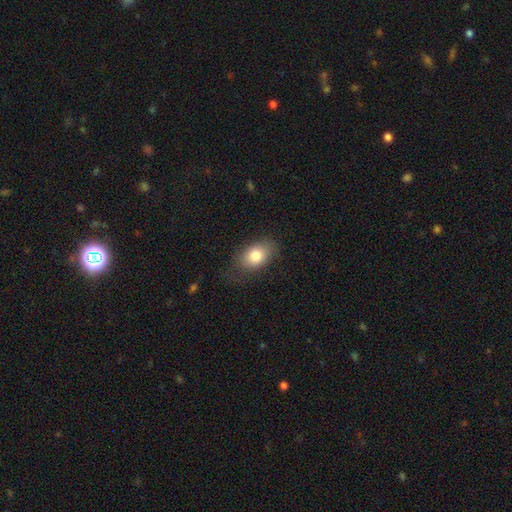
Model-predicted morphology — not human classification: smooth-or-featured: smooth: 81% | featured or disk: 11% | star or artifact: 8%
  how-rounded: in between: 84% | round: 15% | cigar-shaped: 2%
  merging: none: 71% | minor disturbance: 20% | major disturbance: 8% | merger: 1%